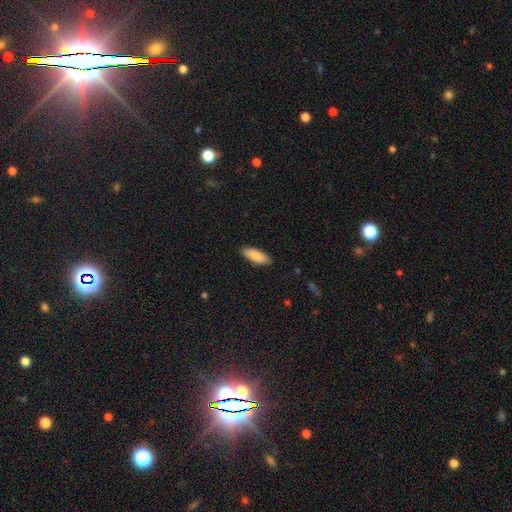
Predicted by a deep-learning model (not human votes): A smooth galaxy with no disk features (89%) that is in between round and cigar-shaped (69%).

Vote fractions:
- Smooth or featured? smooth: 89% / star or artifact: 5% / featured or disk: 5%
- How rounded? in between: 69% / cigar-shaped: 30% / round: 2%
- Merging? none: 88% / minor disturbance: 9% / major disturbance: 2% / merger: 1%